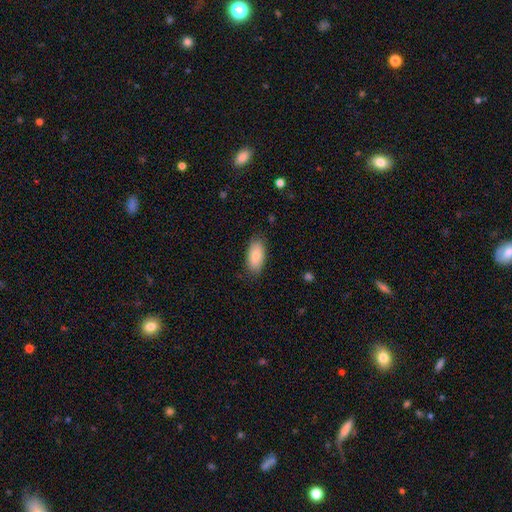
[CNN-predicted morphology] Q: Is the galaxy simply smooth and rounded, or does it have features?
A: smooth — 82%.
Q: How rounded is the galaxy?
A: in between — 92%.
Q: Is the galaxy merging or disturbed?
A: none — 82%.